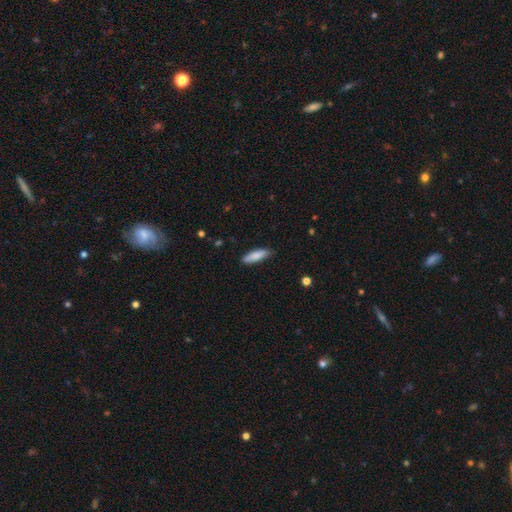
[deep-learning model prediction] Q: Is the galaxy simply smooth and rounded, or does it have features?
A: smooth — 84%.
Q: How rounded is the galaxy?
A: cigar-shaped — 58%.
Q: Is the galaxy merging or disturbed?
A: none — 84%.